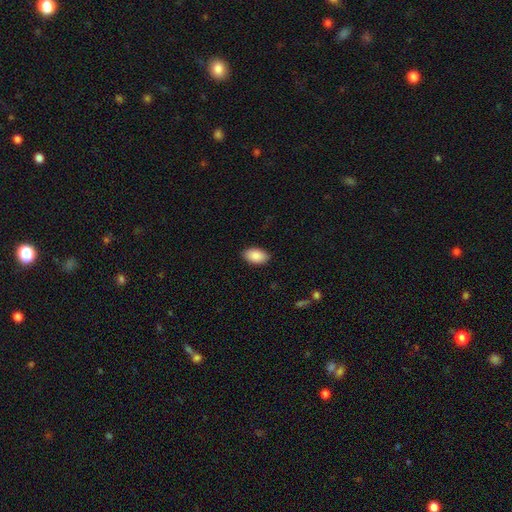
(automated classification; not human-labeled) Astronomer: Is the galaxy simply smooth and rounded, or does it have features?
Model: smooth — 88%.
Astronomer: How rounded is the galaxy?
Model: in between — 94%.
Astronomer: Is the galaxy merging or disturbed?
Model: none — 89%.